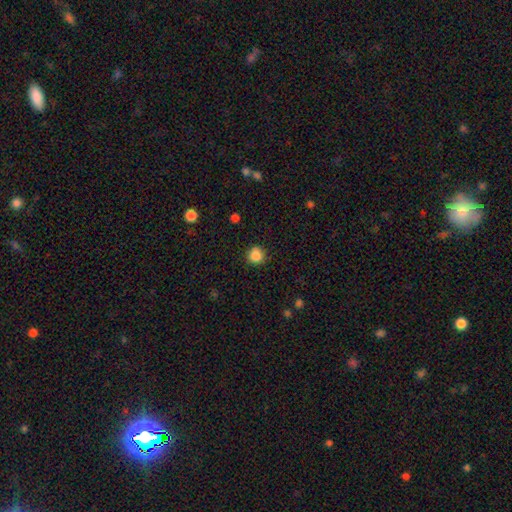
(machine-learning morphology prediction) smooth 85%, star or artifact 11%, featured or disk 4%. Down the decision tree: how rounded — round (92%); merging — none (85%).